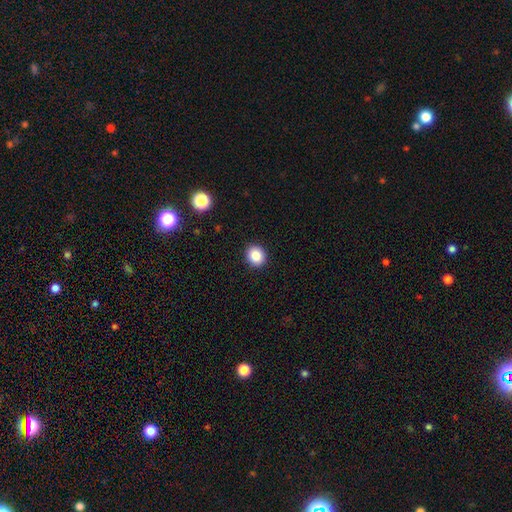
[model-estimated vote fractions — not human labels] Overall: smooth (87%). How rounded: round (73%). Merging: none (91%).